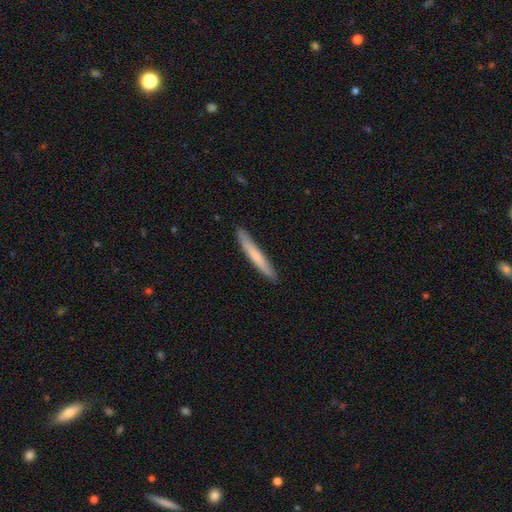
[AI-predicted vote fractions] Smooth or featured: smooth — 69% (featured or disk — 26%)
How rounded: cigar-shaped — 96% (in between — 3%)
Merging: none — 90% (minor disturbance — 7%)